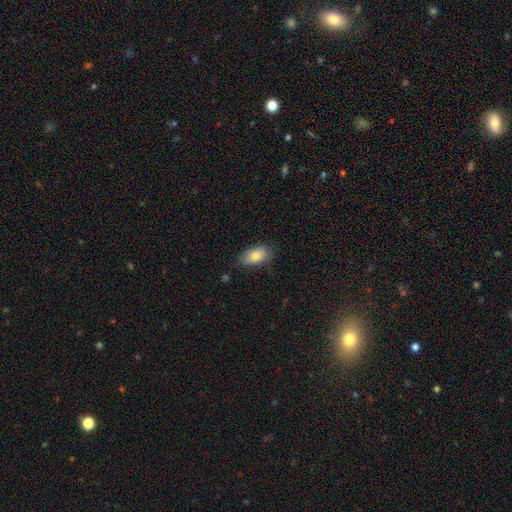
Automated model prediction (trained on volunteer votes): Smooth or featured: smooth — 79% (featured or disk — 13%)
How rounded: in between — 91% (round — 6%)
Merging: none — 73% (minor disturbance — 22%)